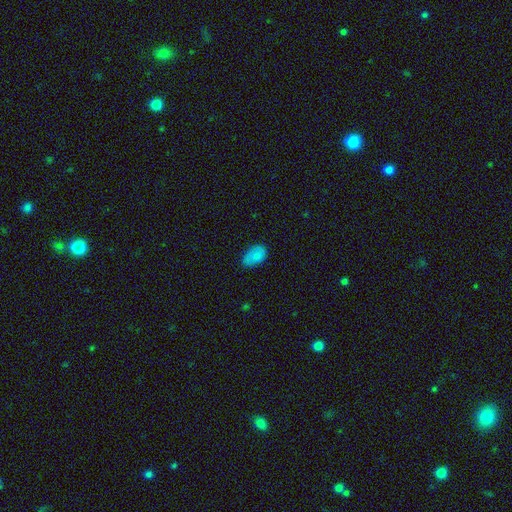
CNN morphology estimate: smooth-or-featured: smooth: 83% | star or artifact: 9% | featured or disk: 8%
  how-rounded: in between: 92% | round: 7% | cigar-shaped: 1%
  merging: none: 65% | minor disturbance: 27% | major disturbance: 6% | merger: 2%